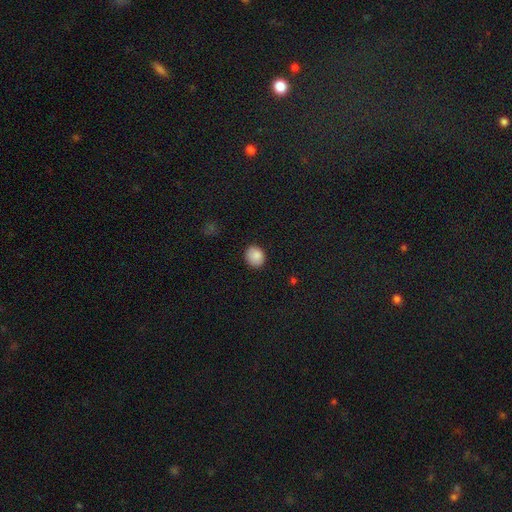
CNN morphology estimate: smooth-or-featured: smooth: 87% | star or artifact: 9% | featured or disk: 4%
  how-rounded: round: 67% | in between: 32% | cigar-shaped: 1%
  merging: none: 86% | minor disturbance: 11% | major disturbance: 2% | merger: 1%